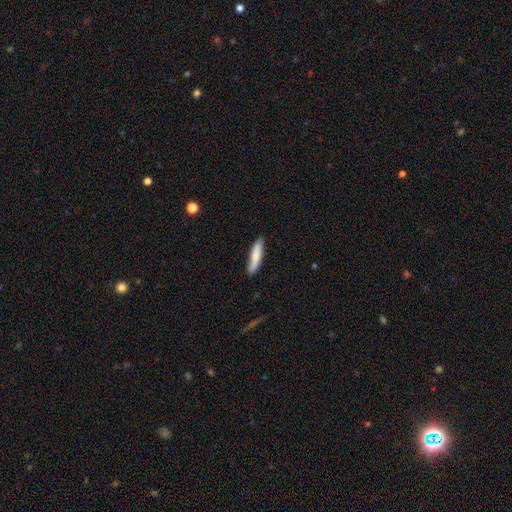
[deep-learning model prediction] This is clearly a smooth galaxy (80%). How rounded: clearly cigar-shaped (83%). Merging: clearly none (84%).